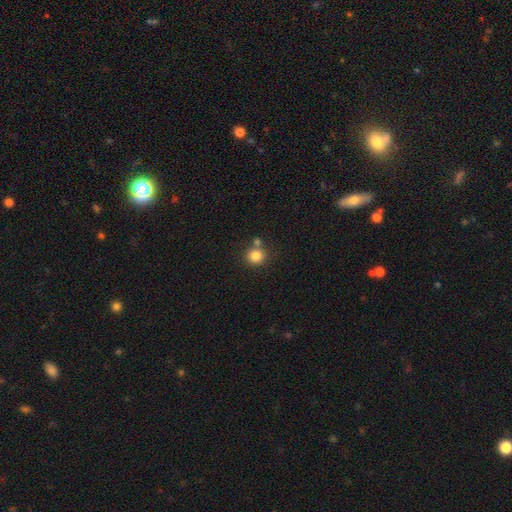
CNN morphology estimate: Smooth or featured?
  - smooth: 83% *
  - star or artifact: 11%
  - featured or disk: 6%
How rounded?
  - round: 89% *
  - in between: 10%
  - cigar-shaped: 1%
Merging?
  - none: 68% *
  - merger: 20%
  - minor disturbance: 9%
  - major disturbance: 3%